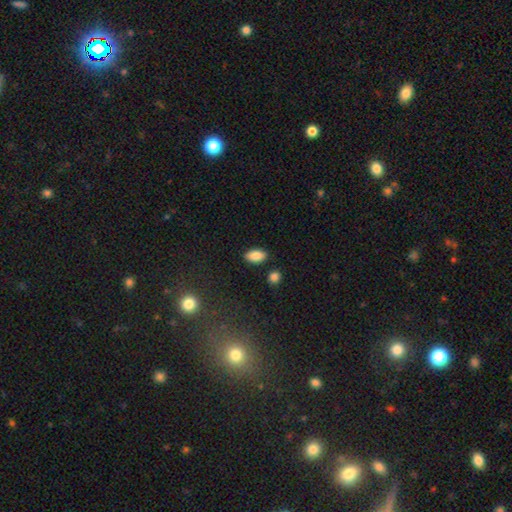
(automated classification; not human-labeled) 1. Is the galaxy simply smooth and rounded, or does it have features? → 86% smooth, 8% star or artifact, 6% featured or disk.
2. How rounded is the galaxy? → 92% in between, 4% cigar-shaped, 4% round.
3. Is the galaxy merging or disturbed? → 86% none, 9% minor disturbance, 3% merger, 2% major disturbance.